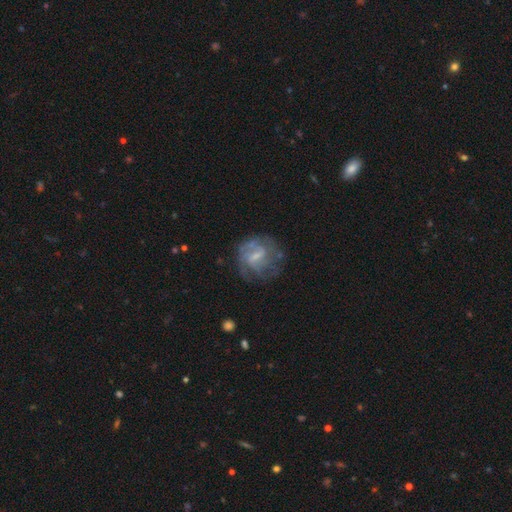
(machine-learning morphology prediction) Smooth or featured? Predicted: featured or disk (p=0.68). Edge-on disk? Predicted: no (p=0.97). Bar? Predicted: weak (p=0.56). Spiral arms? Predicted: yes (p=0.72). Bulge size? Predicted: small (p=0.47). Merging? Predicted: none (p=0.57).